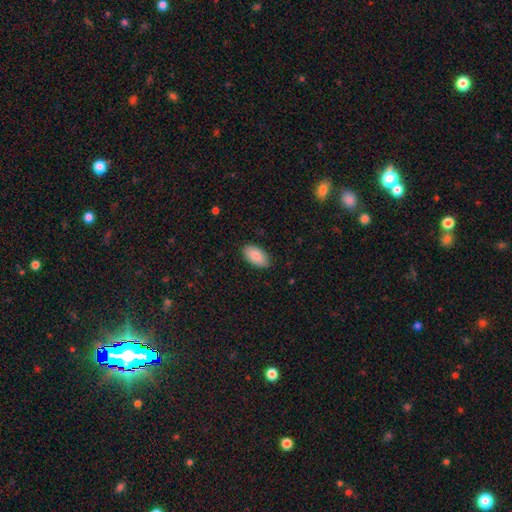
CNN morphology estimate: Q: Smooth or featured?
A: smooth (86%); runner-up: featured or disk (8%)
Q: How rounded?
A: in between (95%); runner-up: cigar-shaped (3%)
Q: Merging?
A: none (87%); runner-up: minor disturbance (10%)